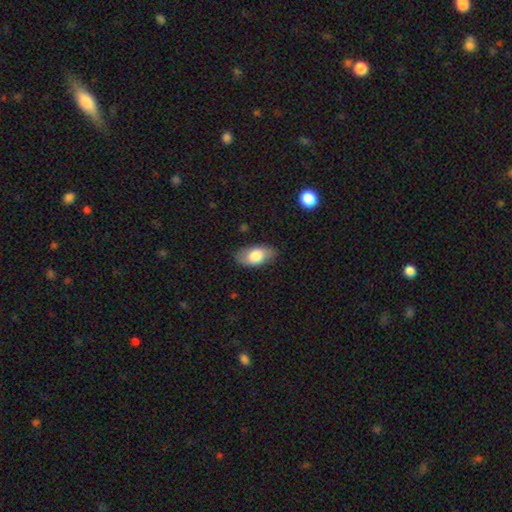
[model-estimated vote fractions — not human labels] Smooth or featured? smooth (76%)
How rounded? in between (93%)
Merging? none (81%)